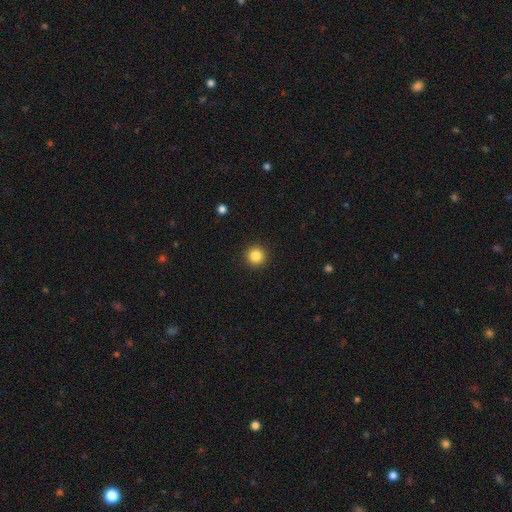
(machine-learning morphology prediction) smooth 85%, star or artifact 11%, featured or disk 4%. Down the decision tree: how rounded — round (96%); merging — none (93%).